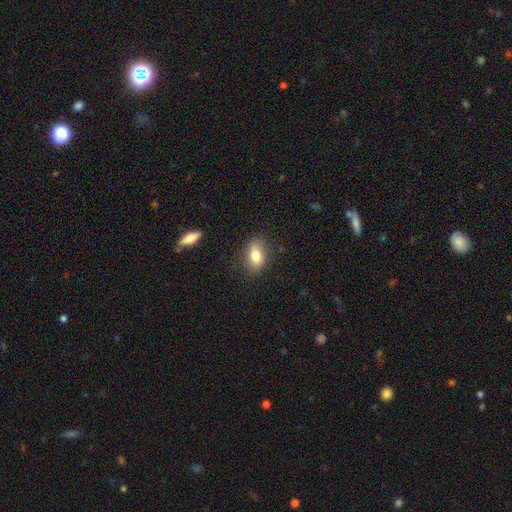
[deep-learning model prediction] Smooth or featured?
  - smooth: 77% *
  - featured or disk: 14%
  - star or artifact: 9%
How rounded?
  - in between: 83% *
  - round: 13%
  - cigar-shaped: 4%
Merging?
  - none: 82% *
  - minor disturbance: 13%
  - major disturbance: 3%
  - merger: 2%